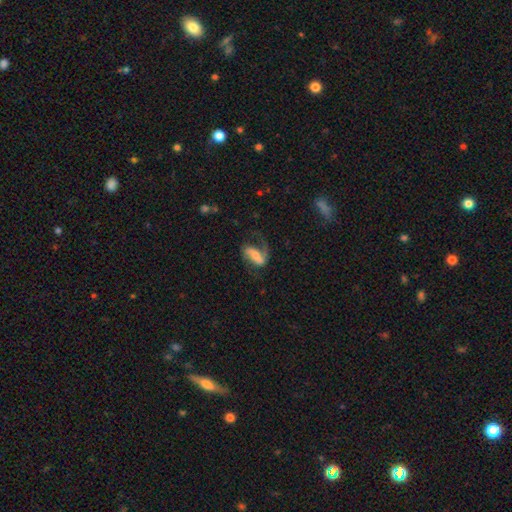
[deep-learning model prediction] The model was most divided on "bulge size": small: 44%, moderate: 38%, none: 9%, large: 7%, dominant: 2%. Remaining: edge-on disk — no (95%); spiral arms — yes (92%); smooth or featured — featured or disk (74%); spiral arm count — 2 (66%); merging — none (51%); spiral winding — loose (48%); bar — strong (43%).